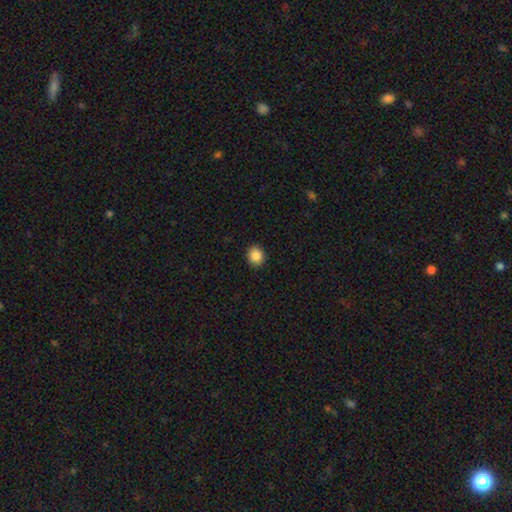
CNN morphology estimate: This is clearly a smooth galaxy (87%). How rounded: likely round (75%). Merging: clearly none (92%).